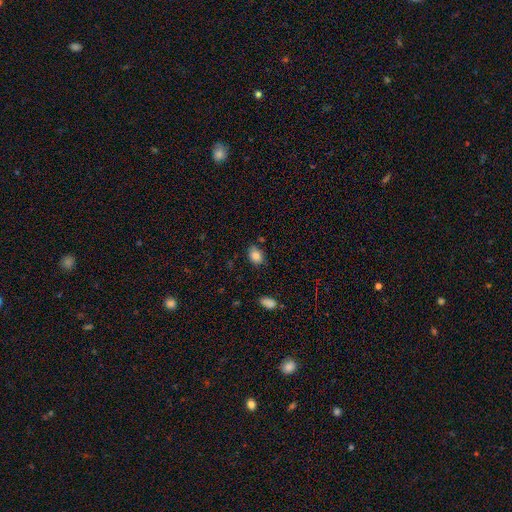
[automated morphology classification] Smooth or featured: smooth — 85% (star or artifact — 9%)
How rounded: in between — 73% (round — 26%)
Merging: none — 75% (minor disturbance — 18%)